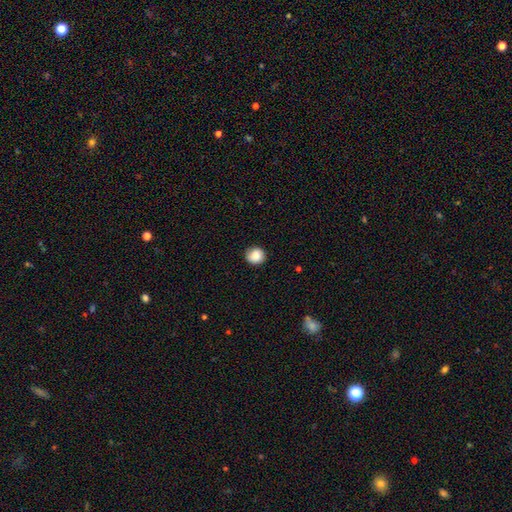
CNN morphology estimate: The model was most divided on "how rounded": round: 87%, in between: 12%, cigar-shaped: 1%. More confident: merging — none (87%); smooth or featured — smooth (87%).